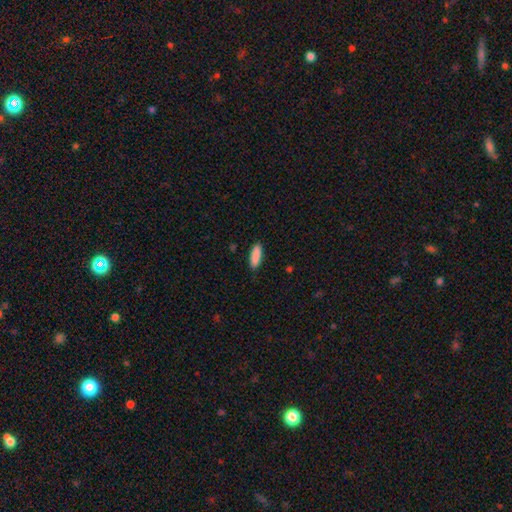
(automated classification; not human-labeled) The model was most divided on "how rounded" (2-way tie): in between: 49%, cigar-shaped: 49%, round: 1%. More confident: smooth or featured — smooth (89%); merging — none (88%).